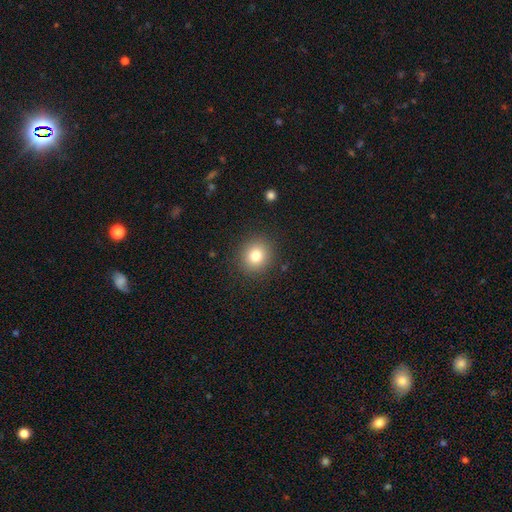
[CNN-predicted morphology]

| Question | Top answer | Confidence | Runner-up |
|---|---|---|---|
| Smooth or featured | smooth | 79% | star or artifact (12%) |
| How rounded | round | 87% | in between (13%) |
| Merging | none | 89% | minor disturbance (7%) |